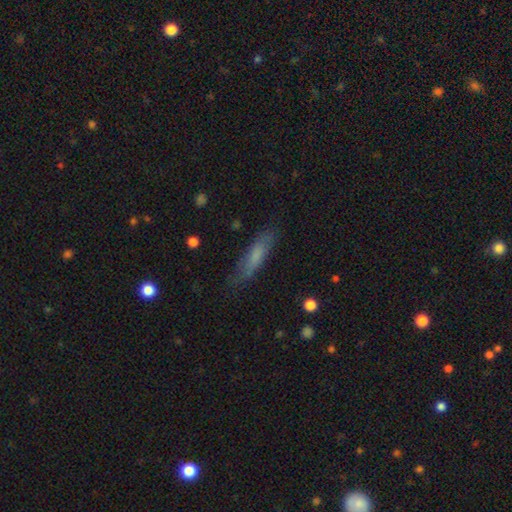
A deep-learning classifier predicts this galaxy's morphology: Smooth or featured?
  - smooth: 66% *
  - featured or disk: 26%
  - star or artifact: 8%
How rounded?
  - cigar-shaped: 76% *
  - in between: 22%
  - round: 2%
Merging?
  - none: 77% *
  - minor disturbance: 17%
  - major disturbance: 5%
  - merger: 2%